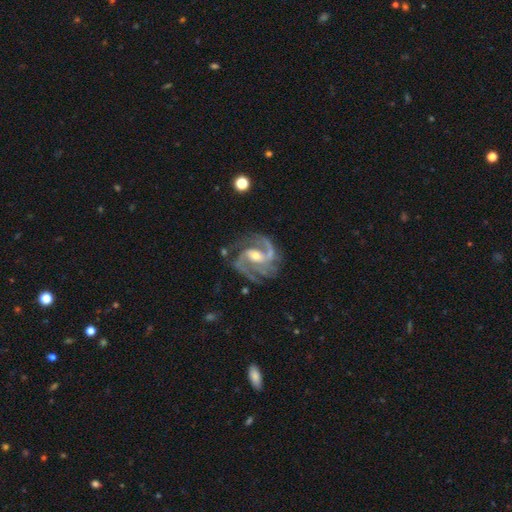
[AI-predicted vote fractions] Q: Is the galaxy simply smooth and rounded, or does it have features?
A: featured or disk — 92%.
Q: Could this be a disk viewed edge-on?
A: no — 98%.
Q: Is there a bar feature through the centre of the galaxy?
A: weak — 45%.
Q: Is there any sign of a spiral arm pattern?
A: yes — 98%.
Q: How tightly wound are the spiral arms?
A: medium — 54%.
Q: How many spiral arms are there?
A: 2 — 48%.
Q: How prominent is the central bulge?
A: moderate — 52%.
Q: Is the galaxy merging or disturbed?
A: none — 69%.